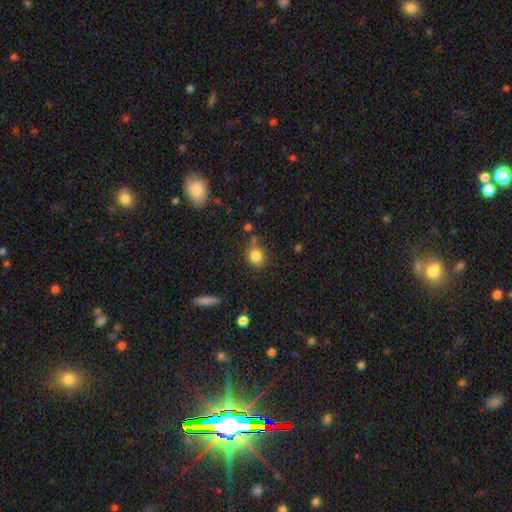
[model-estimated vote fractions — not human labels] Smooth or featured? Predicted: smooth (p=0.82). How rounded? Predicted: round (p=0.68). Merging? Predicted: none (p=0.70).